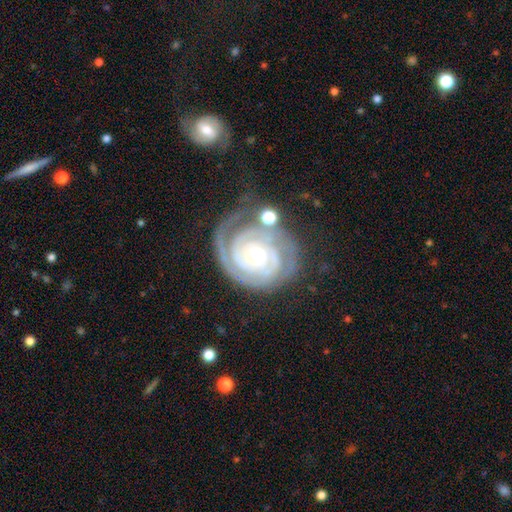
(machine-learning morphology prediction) Overall: featured or disk (91%). Edge-on disk: no (97%). Bar: no (70%). Spiral arms: yes (98%). Spiral arm count: 2 (49%; 3 21%). Spiral winding: tight (84%). Bulge size: moderate (55%; small 40%). Merging: none (64%).